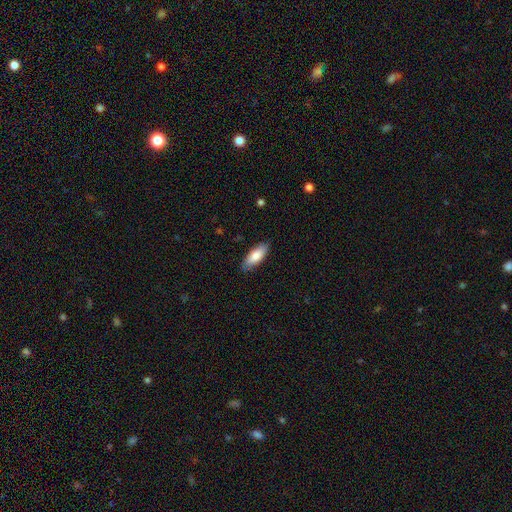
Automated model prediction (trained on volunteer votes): Q: Smooth or featured?
A: smooth (81%); runner-up: featured or disk (14%)
Q: How rounded?
A: in between (74%); runner-up: cigar-shaped (24%)
Q: Merging?
A: none (85%); runner-up: minor disturbance (12%)